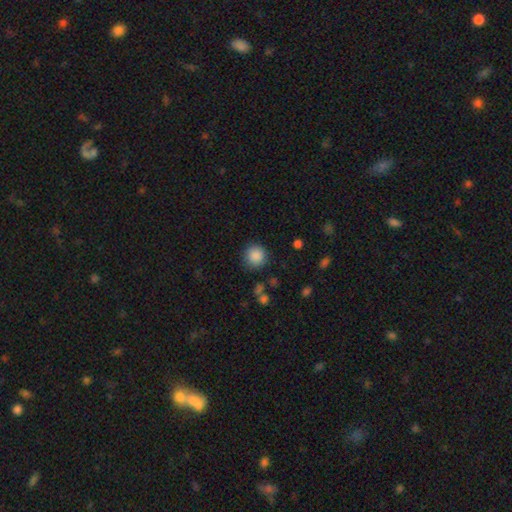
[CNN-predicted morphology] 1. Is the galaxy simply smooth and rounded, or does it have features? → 87% smooth, 9% star or artifact, 4% featured or disk.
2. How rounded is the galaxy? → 93% round, 6% in between, 1% cigar-shaped.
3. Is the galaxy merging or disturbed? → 87% none, 8% minor disturbance, 3% major disturbance, 2% merger.